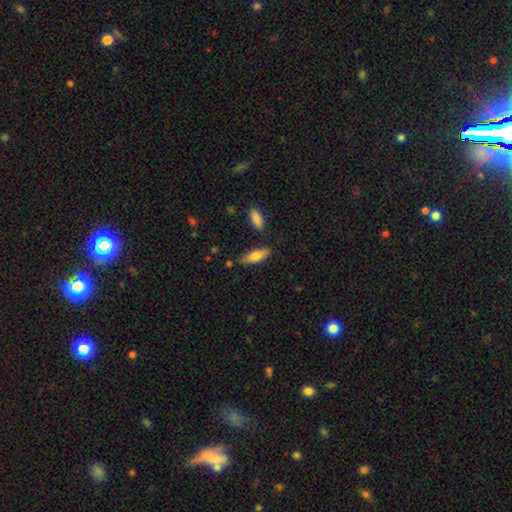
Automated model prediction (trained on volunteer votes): smooth 72%, featured or disk 22%, star or artifact 6%. Down the decision tree: how rounded — in between (58%); merging — none (78%).